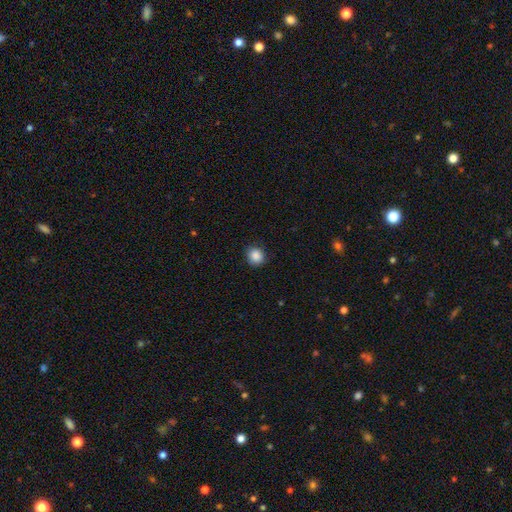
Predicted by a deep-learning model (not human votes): This appears to be a smooth galaxy with no disk features (88%) that is round (83%). Merging: none (88%).